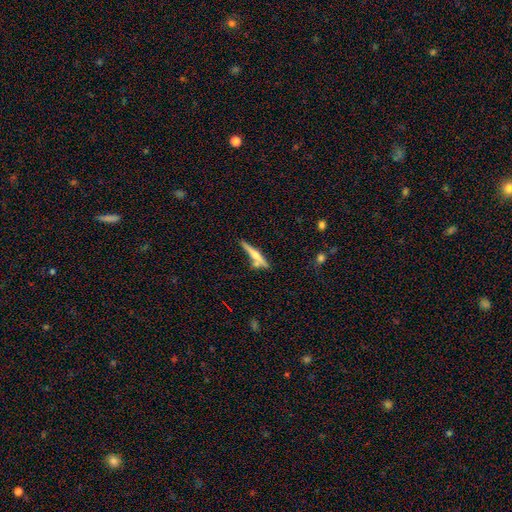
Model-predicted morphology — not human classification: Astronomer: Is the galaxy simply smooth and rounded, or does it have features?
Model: featured or disk — 54% (runner-up: smooth, 40%).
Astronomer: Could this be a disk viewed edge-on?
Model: yes — 95%.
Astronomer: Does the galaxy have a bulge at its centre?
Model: rounded — 78%.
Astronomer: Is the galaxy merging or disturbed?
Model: none — 65%.